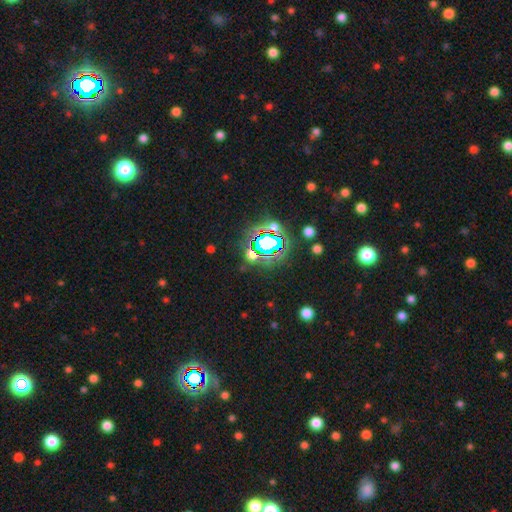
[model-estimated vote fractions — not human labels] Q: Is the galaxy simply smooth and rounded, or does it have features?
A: star or artifact — 82%.